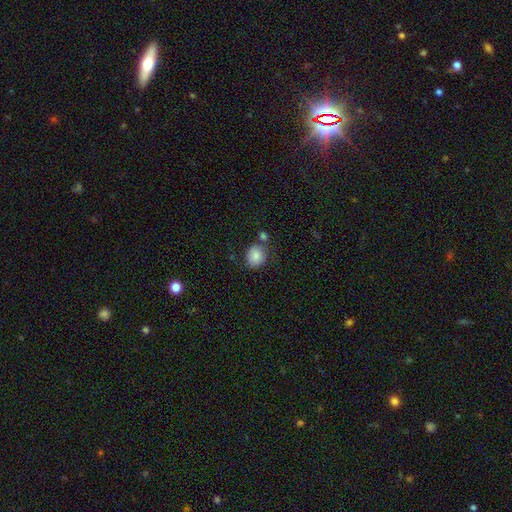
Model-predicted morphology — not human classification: smooth-or-featured: smooth: 85% | star or artifact: 9% | featured or disk: 6%
  how-rounded: round: 72% | in between: 27% | cigar-shaped: 1%
  merging: none: 70% | minor disturbance: 14% | merger: 13% | major disturbance: 4%